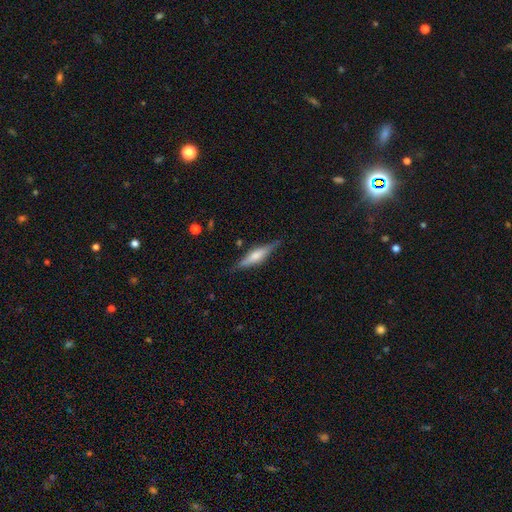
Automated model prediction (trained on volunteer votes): Smooth or featured?
  - featured or disk: 56% *
  - smooth: 38%
  - star or artifact: 6%
Edge-on disk?
  - yes: 95% *
  - no: 5%
Edge-on bulge?
  - rounded: 69% *
  - boxy: 22%
  - none: 9%
Merging?
  - none: 85% *
  - minor disturbance: 11%
  - major disturbance: 3%
  - merger: 1%